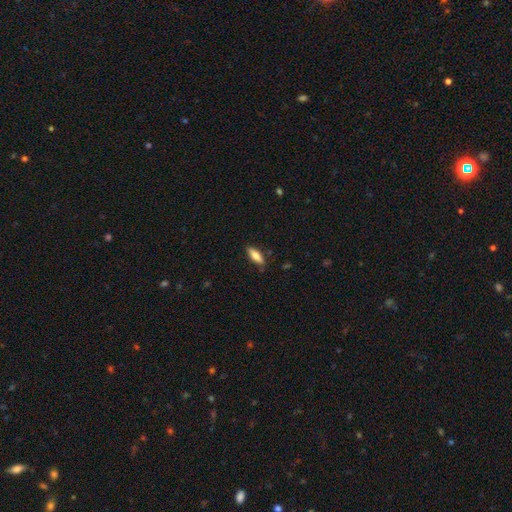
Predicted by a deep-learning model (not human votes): Smooth or featured: smooth — 76% (featured or disk — 18%)
How rounded: in between — 59% (cigar-shaped — 39%)
Merging: none — 83% (minor disturbance — 13%)